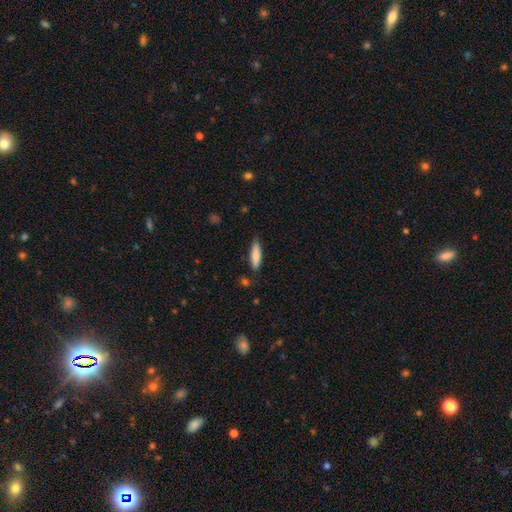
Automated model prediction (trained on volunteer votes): A smooth galaxy with no disk features (82%) that is cigar-shaped (63%).

Vote fractions:
- Smooth or featured? smooth: 82% / featured or disk: 13% / star or artifact: 6%
- How rounded? cigar-shaped: 63% / in between: 35% / round: 2%
- Merging? none: 80% / minor disturbance: 15% / major disturbance: 2% / merger: 2%